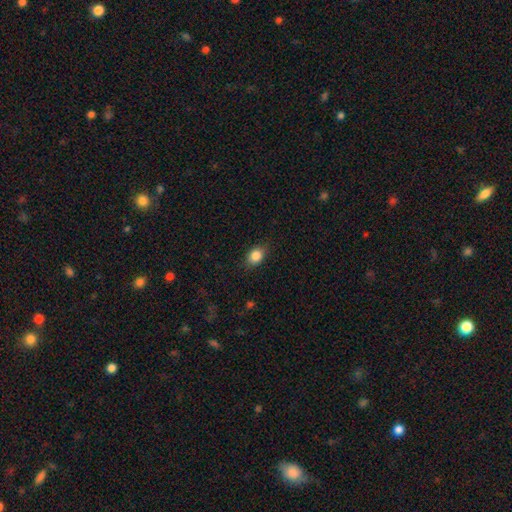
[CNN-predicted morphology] This appears to be a smooth galaxy with no disk features (85%) that is in between round and cigar-shaped (68%). Merging: none (82%).